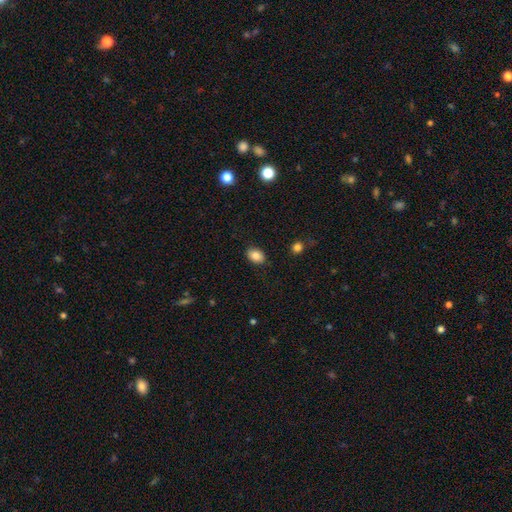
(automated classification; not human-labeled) A smooth galaxy with no disk features (84%) that is in between round and cigar-shaped (77%). Merging: none (87%).